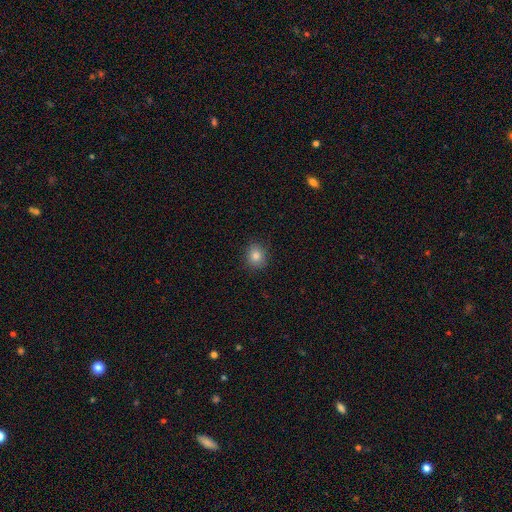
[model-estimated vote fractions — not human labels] Overall: smooth (84%). How rounded: round (81%). Merging: none (89%).